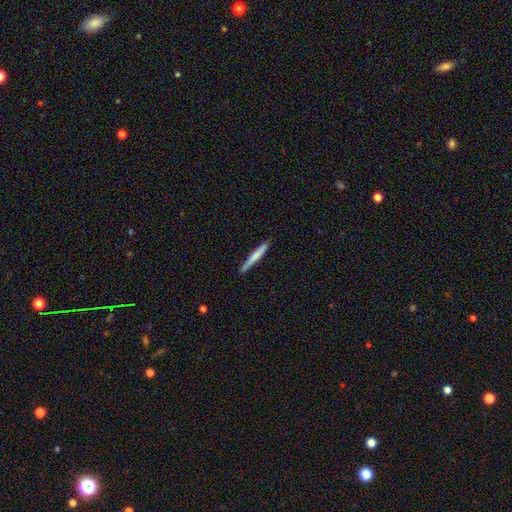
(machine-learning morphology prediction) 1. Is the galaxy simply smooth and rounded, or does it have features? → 65% smooth, 30% featured or disk, 5% star or artifact.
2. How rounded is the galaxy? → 96% cigar-shaped, 3% in between, 1% round.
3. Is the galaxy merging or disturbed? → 89% none, 9% minor disturbance, 2% major disturbance, 1% merger.